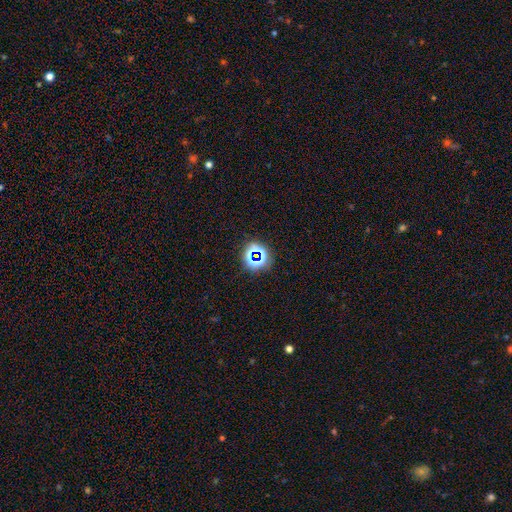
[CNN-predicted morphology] smooth_or_featured: star or artifact (p=0.66) [alt: smooth p=0.24]